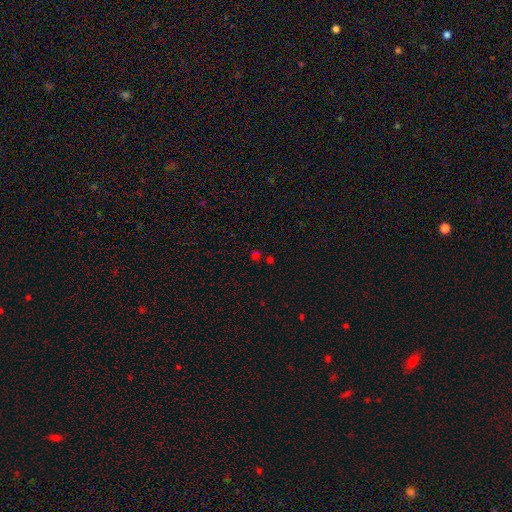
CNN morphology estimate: This appears to be a star or artifact, not a galaxy (47%).